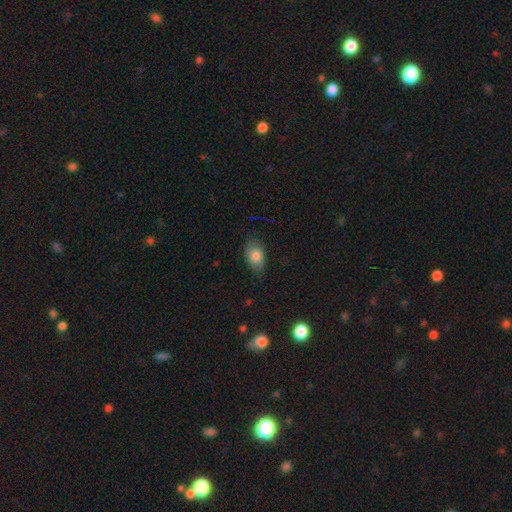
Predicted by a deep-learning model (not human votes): smooth-or-featured: smooth: 81% | featured or disk: 12% | star or artifact: 8%
  how-rounded: in between: 88% | round: 10% | cigar-shaped: 2%
  merging: none: 74% | minor disturbance: 20% | major disturbance: 4% | merger: 1%